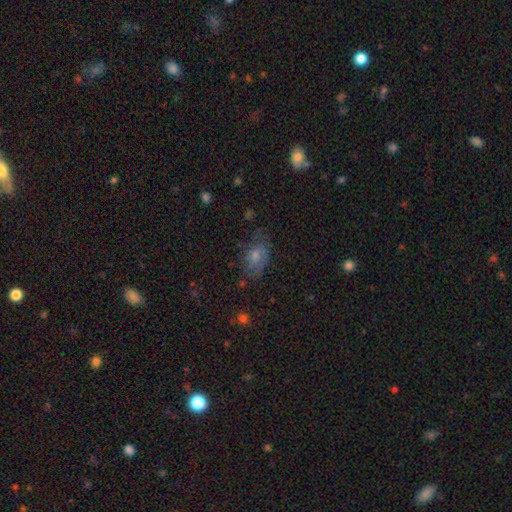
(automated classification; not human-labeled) A smooth galaxy with no disk features (47%). Merging: none (66%).